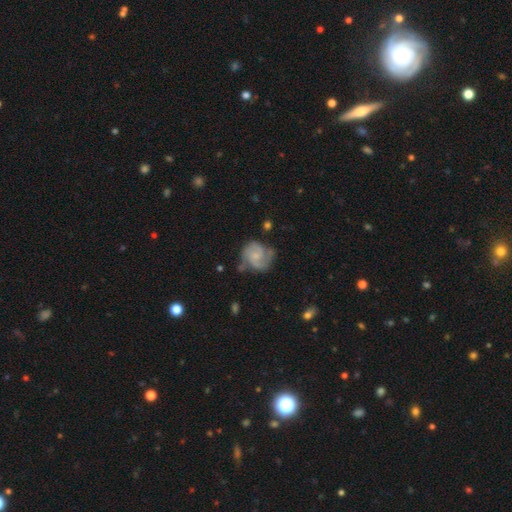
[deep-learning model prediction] The model was most divided on "spiral winding": medium: 47%, tight: 37%, loose: 16%. More confident: edge-on disk — no (98%); spiral arms — yes (93%); smooth or featured — featured or disk (75%); spiral arm count — 2 (70%); bar — no (60%); bulge size — small (56%); merging — none (56%).